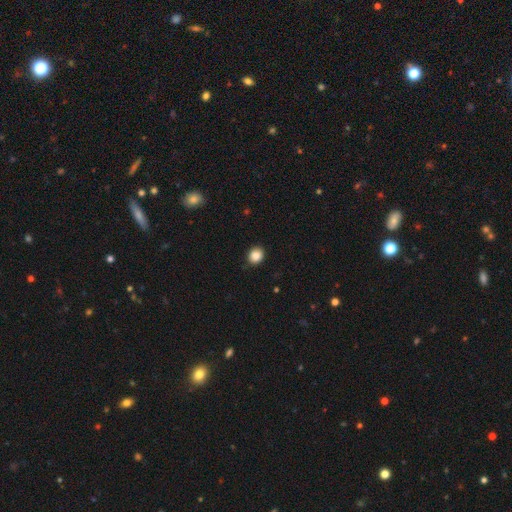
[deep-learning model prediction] Q: Smooth or featured?
A: smooth (87%); runner-up: star or artifact (10%)
Q: How rounded?
A: round (75%); runner-up: in between (24%)
Q: Merging?
A: none (88%); runner-up: minor disturbance (9%)